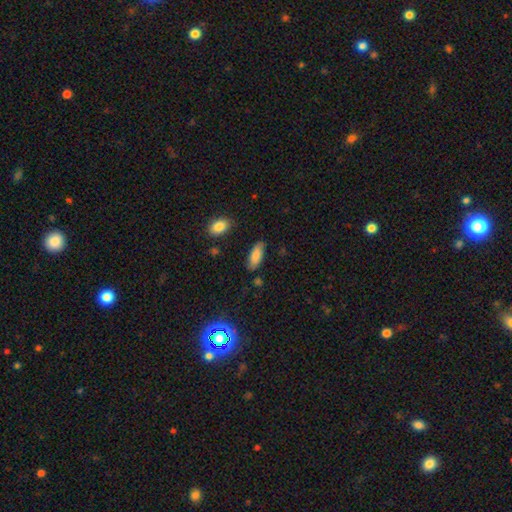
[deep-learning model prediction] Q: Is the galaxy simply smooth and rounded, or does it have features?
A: smooth — 84%.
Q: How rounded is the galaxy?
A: in between — 81%.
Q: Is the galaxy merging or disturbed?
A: none — 80%.